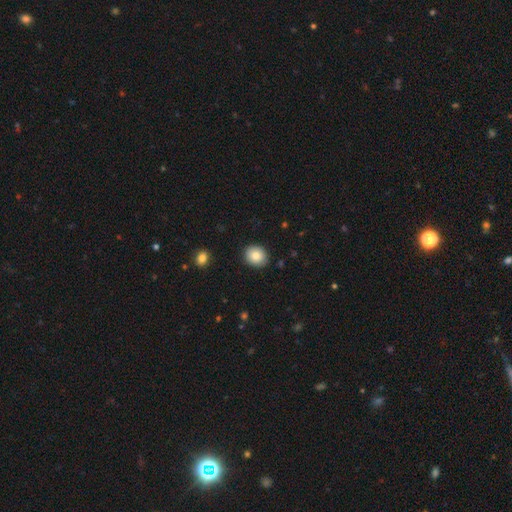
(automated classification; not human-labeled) Q: Smooth or featured?
A: smooth (83%); runner-up: star or artifact (9%)
Q: How rounded?
A: round (73%); runner-up: in between (27%)
Q: Merging?
A: none (89%); runner-up: minor disturbance (8%)